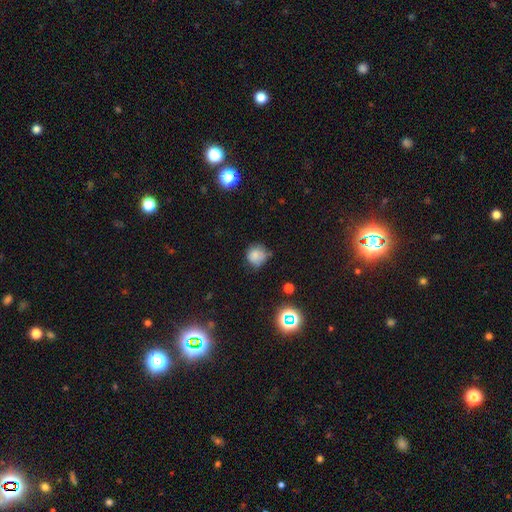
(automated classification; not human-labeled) Q: Smooth or featured?
A: smooth (78%); runner-up: star or artifact (13%)
Q: How rounded?
A: round (88%); runner-up: in between (11%)
Q: Merging?
A: none (65%); runner-up: minor disturbance (26%)